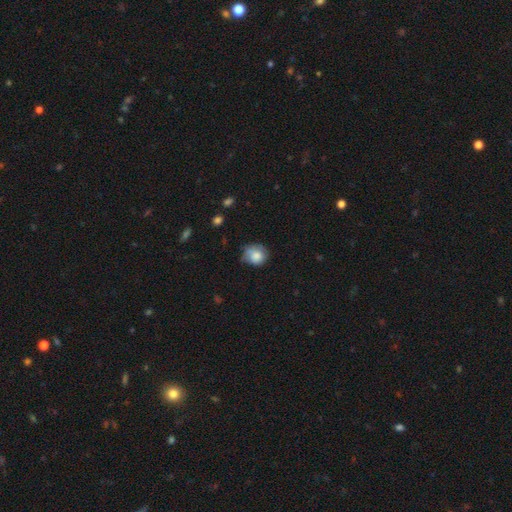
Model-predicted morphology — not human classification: This is likely a smooth galaxy (76%). How rounded: likely round (77%). Merging: possibly none (50%).